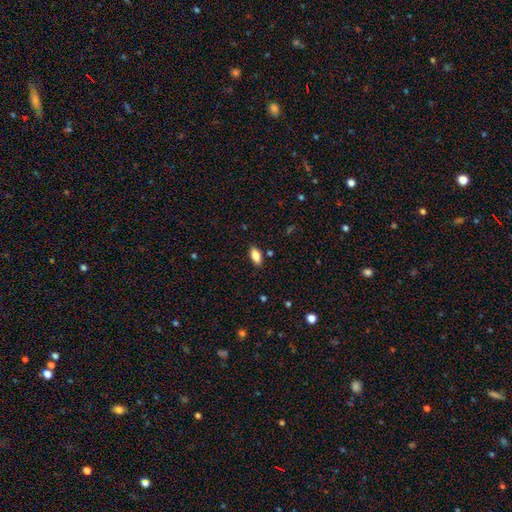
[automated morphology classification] smooth-or-featured: smooth: 84% | featured or disk: 9% | star or artifact: 8%
  how-rounded: in between: 90% | cigar-shaped: 7% | round: 3%
  merging: none: 85% | minor disturbance: 10% | major disturbance: 2% | merger: 2%